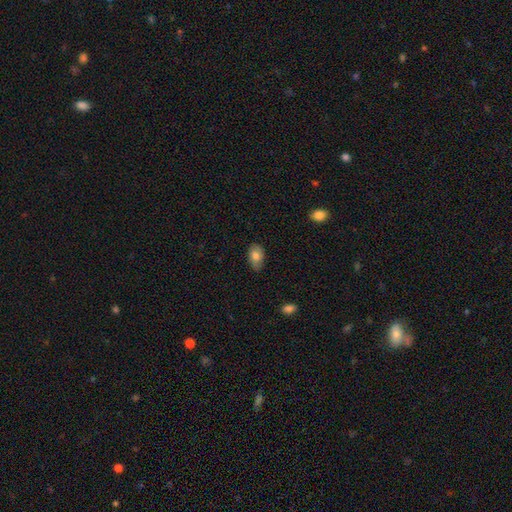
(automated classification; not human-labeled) Q: Smooth or featured?
A: smooth (76%); runner-up: featured or disk (17%)
Q: How rounded?
A: in between (88%); runner-up: round (10%)
Q: Merging?
A: none (69%); runner-up: minor disturbance (25%)